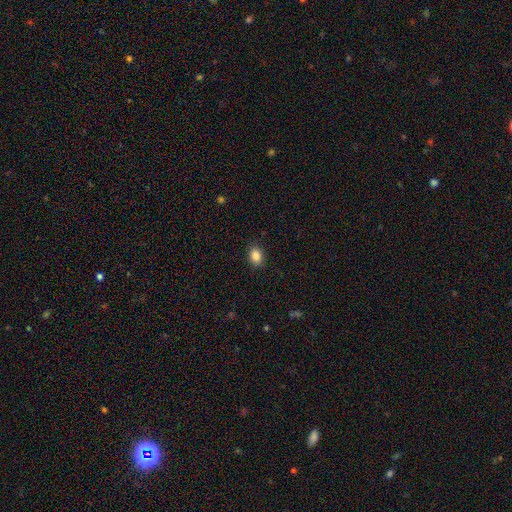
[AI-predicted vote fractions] smooth-or-featured: smooth: 88% | star or artifact: 9% | featured or disk: 3%
  how-rounded: in between: 75% | round: 24% | cigar-shaped: 1%
  merging: none: 88% | minor disturbance: 9% | major disturbance: 2% | merger: 1%